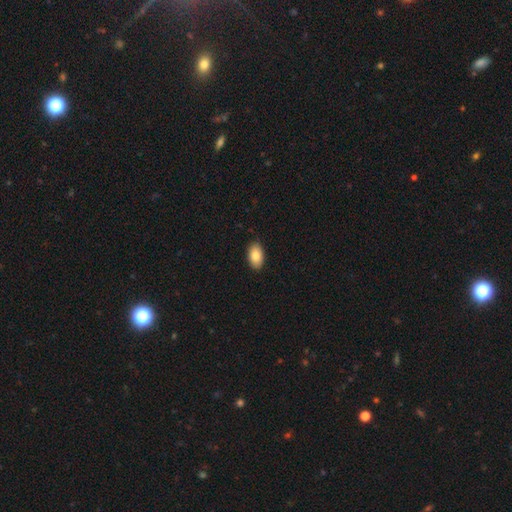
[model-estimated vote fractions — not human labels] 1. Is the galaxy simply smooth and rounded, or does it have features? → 86% smooth, 7% featured or disk, 7% star or artifact.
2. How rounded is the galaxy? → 94% in between, 5% round, 1% cigar-shaped.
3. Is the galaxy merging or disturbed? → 89% none, 8% minor disturbance, 2% major disturbance, 1% merger.